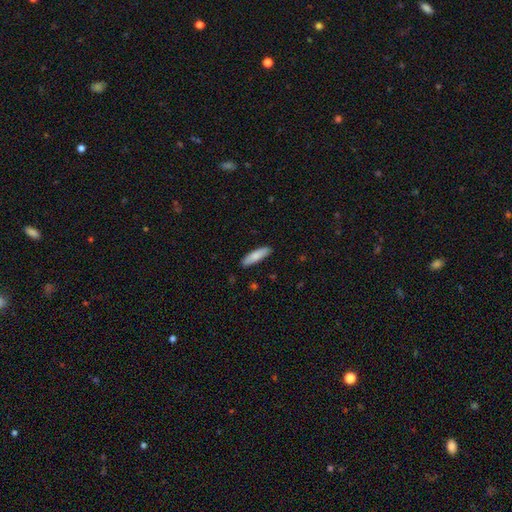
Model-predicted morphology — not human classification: Q: Smooth or featured?
A: smooth (83%); runner-up: featured or disk (11%)
Q: How rounded?
A: cigar-shaped (62%); runner-up: in between (36%)
Q: Merging?
A: none (89%); runner-up: minor disturbance (8%)